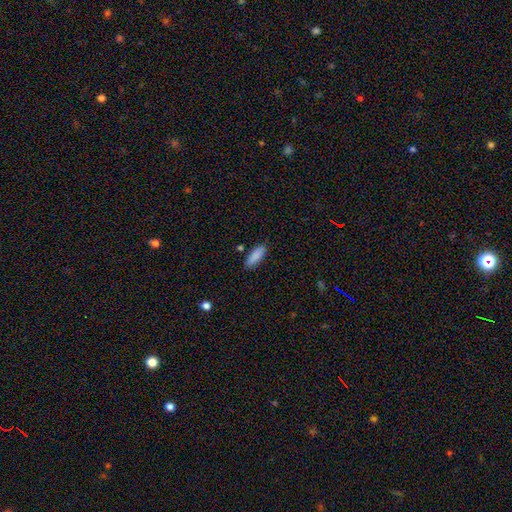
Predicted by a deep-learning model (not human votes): smooth-or-featured: smooth: 88% | star or artifact: 7% | featured or disk: 5%
  how-rounded: in between: 54% | cigar-shaped: 44% | round: 2%
  merging: none: 85% | minor disturbance: 11% | merger: 2% | major disturbance: 2%